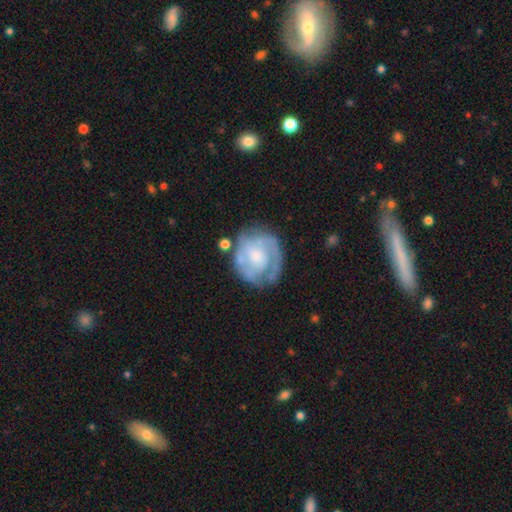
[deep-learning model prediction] The model was most divided on "spiral arm count": can't tell: 36%, 2: 33%, 1: 16%, 3: 10%, 4: 3%, more than 4: 3%. Remaining: edge-on disk — no (97%); spiral arms — yes (75%); bar — no (73%); smooth or featured — featured or disk (71%); merging — none (63%); spiral winding — tight (55%); bulge size — moderate (39%).